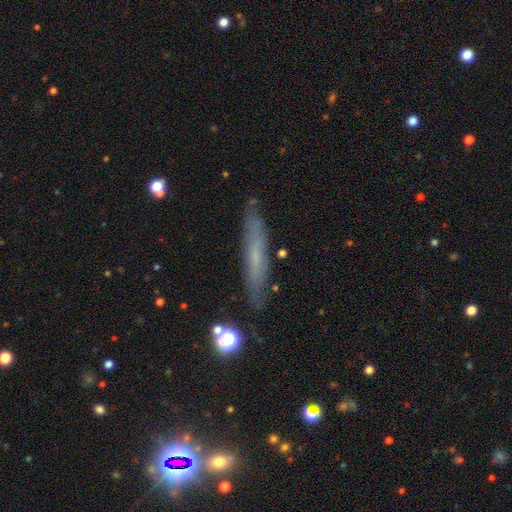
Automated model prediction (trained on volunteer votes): smooth_or_featured: smooth (p=0.47) [alt: featured or disk p=0.43]
merging: none (p=0.83) [alt: minor disturbance p=0.12]